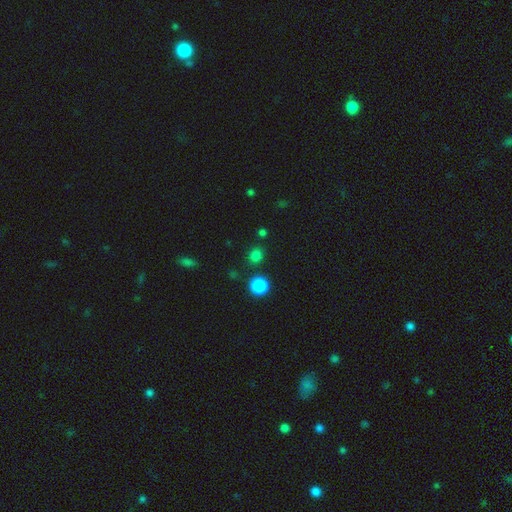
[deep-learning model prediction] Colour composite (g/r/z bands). It shows a smooth galaxy with no disk features (80%) that is round (82%). Merging: none (84%).